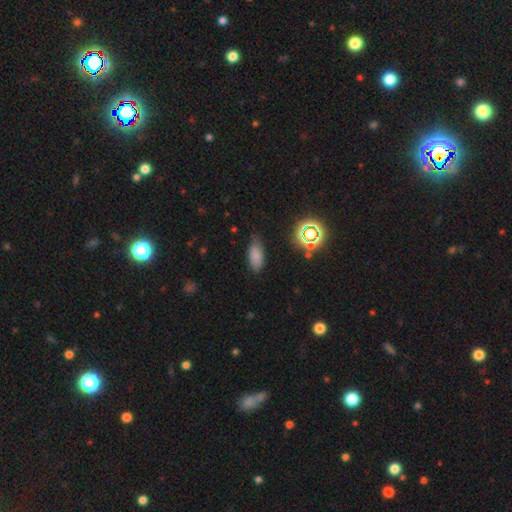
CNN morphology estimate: A smooth galaxy with no disk features (78%) that is in between round and cigar-shaped (84%).

Vote fractions:
- Smooth or featured? smooth: 78% / star or artifact: 13% / featured or disk: 9%
- How rounded? in between: 84% / cigar-shaped: 12% / round: 4%
- Merging? none: 70% / minor disturbance: 23% / major disturbance: 5% / merger: 2%